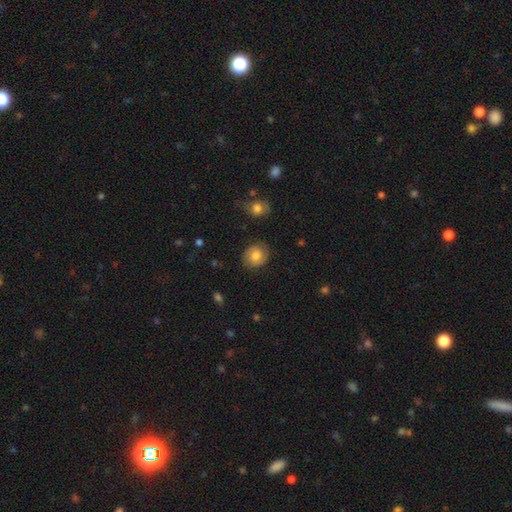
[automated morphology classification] Smooth or featured? smooth (59%)
How rounded? round (75%)
Merging? none (82%)